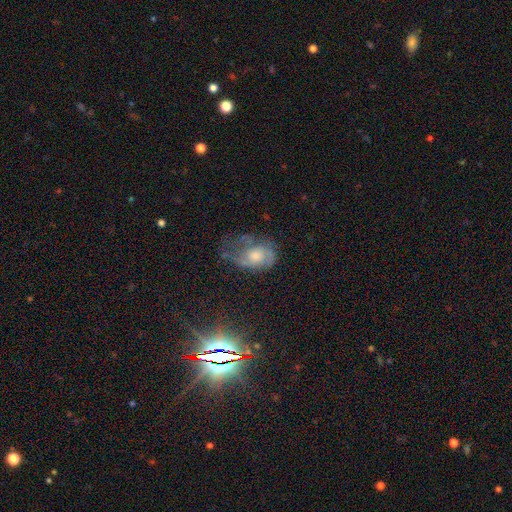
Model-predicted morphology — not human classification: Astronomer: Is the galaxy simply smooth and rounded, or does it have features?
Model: featured or disk — 52% (runner-up: smooth, 37%).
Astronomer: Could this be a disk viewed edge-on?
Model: no — 95%.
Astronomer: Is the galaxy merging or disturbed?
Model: major disturbance — 35% (runner-up: none, 34%).